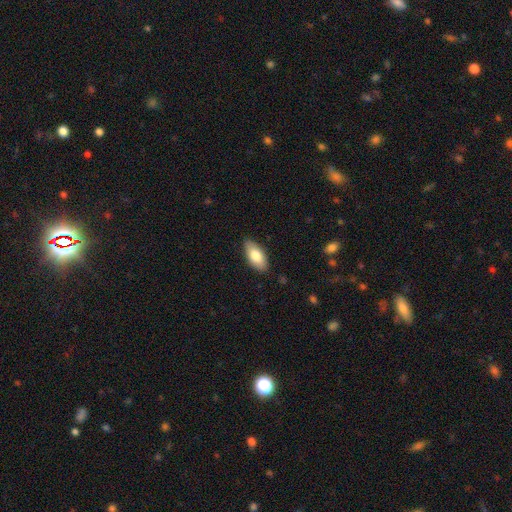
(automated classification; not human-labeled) This is likely a smooth galaxy (79%). How rounded: clearly in between (91%). Merging: clearly none (85%).